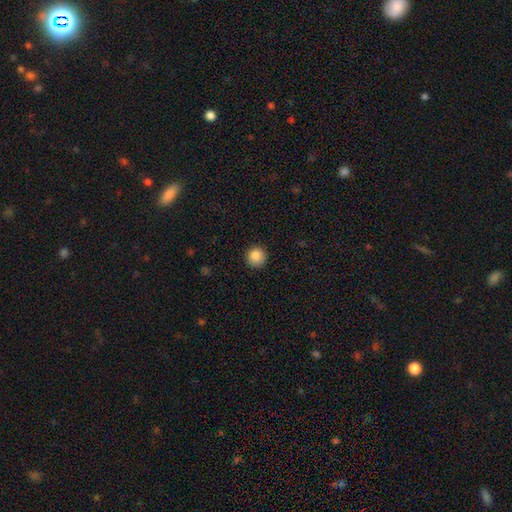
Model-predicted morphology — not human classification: Q: Smooth or featured?
A: smooth (86%); runner-up: star or artifact (10%)
Q: How rounded?
A: round (95%); runner-up: in between (4%)
Q: Merging?
A: none (92%); runner-up: minor disturbance (6%)